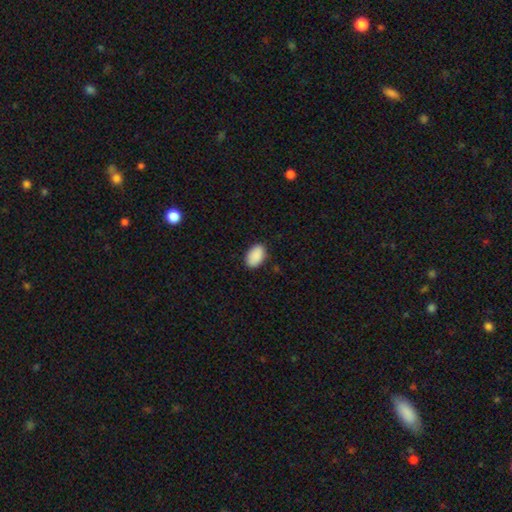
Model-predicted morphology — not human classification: type=smooth (91%); roundness=in between (91%); merging=none (87%).